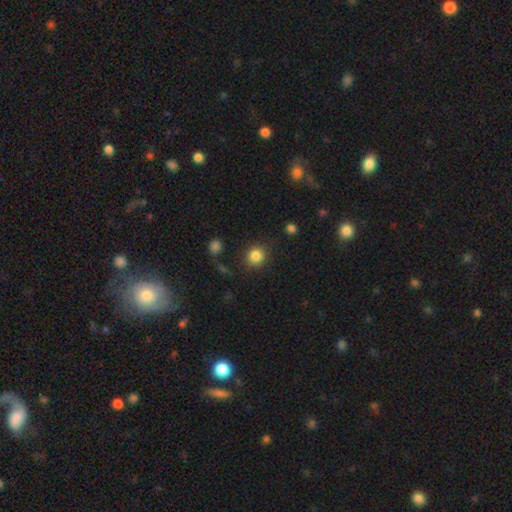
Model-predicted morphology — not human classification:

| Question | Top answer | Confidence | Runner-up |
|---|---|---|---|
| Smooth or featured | smooth | 85% | star or artifact (10%) |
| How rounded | round | 87% | in between (12%) |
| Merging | none | 84% | minor disturbance (10%) |